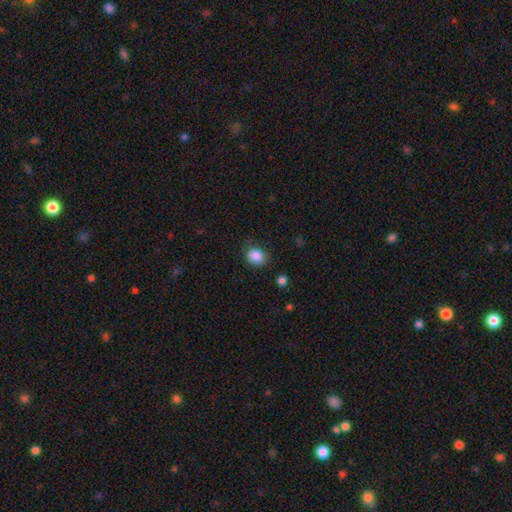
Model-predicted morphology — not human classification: A smooth galaxy with no disk features (87%) that is round (61%). Merging: none (77%).